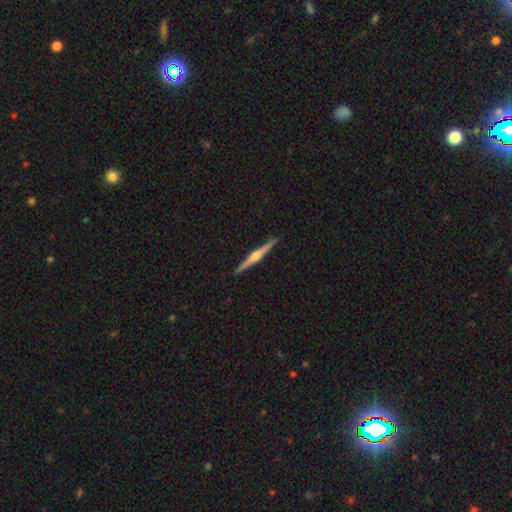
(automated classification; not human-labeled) featured or disk 83%, smooth 13%, star or artifact 5%. Down the decision tree: edge-on disk — yes (99%); edge-on bulge — rounded (91%); merging — none (93%).